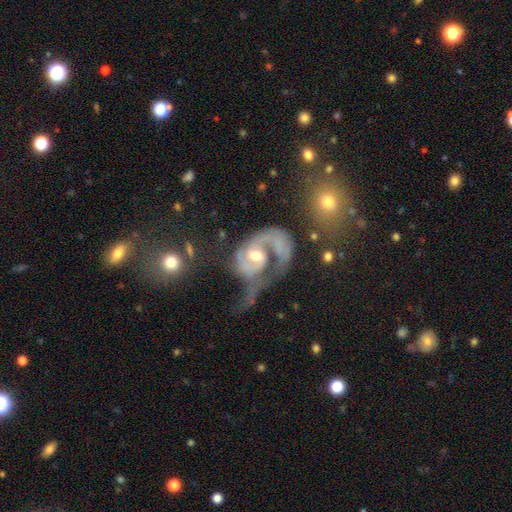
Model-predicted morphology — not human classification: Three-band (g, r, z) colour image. It shows a featured or disk galaxy (86%) with no bar (61%), 1 (45%) medium (42%) spiral arms (92%) and a moderate central bulge (71%). Merging: major disturbance (46%).